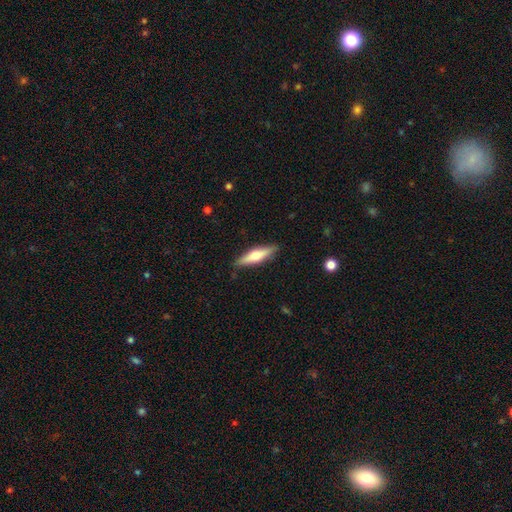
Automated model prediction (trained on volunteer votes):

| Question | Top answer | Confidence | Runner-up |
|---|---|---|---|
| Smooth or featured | smooth | 48% | featured or disk (46%) |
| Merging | none | 88% | minor disturbance (9%) |